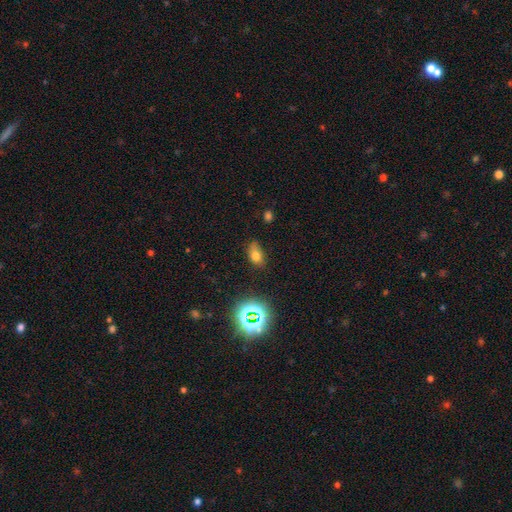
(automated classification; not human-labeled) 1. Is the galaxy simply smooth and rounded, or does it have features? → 69% smooth, 20% star or artifact, 11% featured or disk.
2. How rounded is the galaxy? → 83% in between, 14% round, 3% cigar-shaped.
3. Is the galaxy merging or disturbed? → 65% none, 25% minor disturbance, 7% major disturbance, 3% merger.